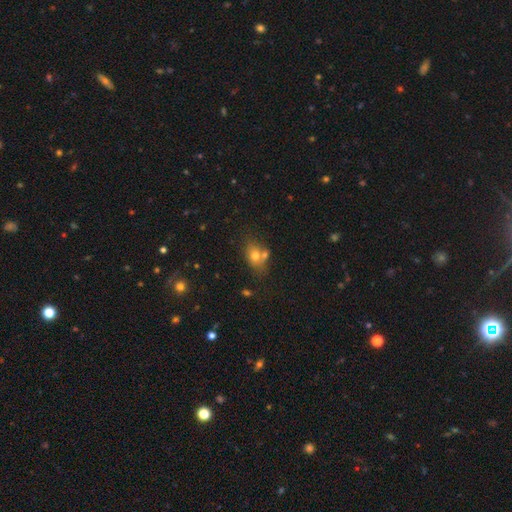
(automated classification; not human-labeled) Smooth or featured? Predicted: smooth (p=0.71). How rounded? Predicted: in between (p=0.66). Merging? Predicted: none (p=0.53).